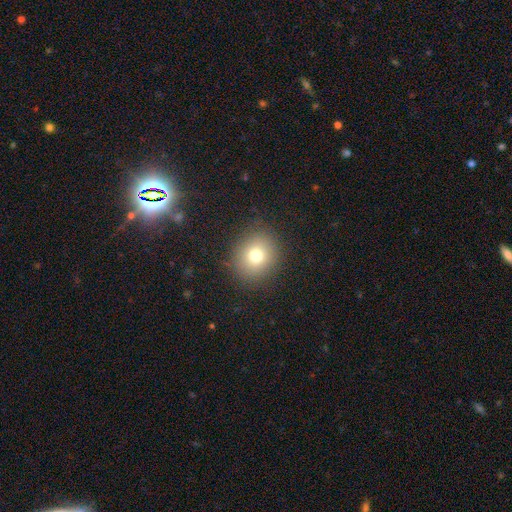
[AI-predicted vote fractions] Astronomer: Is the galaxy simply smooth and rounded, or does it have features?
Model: smooth — 75%.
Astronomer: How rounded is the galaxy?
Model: round — 77%.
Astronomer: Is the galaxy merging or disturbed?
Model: none — 86%.